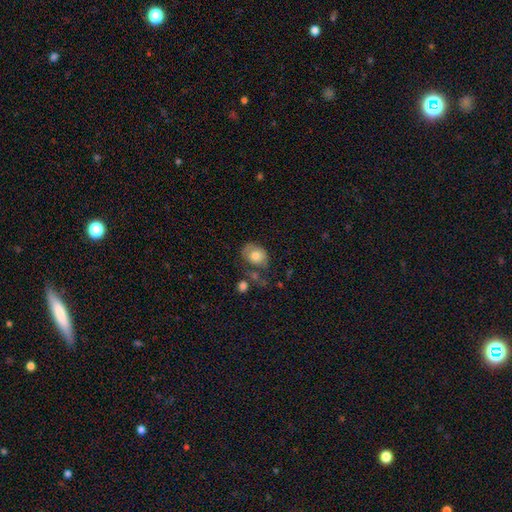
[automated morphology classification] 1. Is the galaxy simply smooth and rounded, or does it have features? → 71% smooth, 21% featured or disk, 8% star or artifact.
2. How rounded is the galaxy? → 64% in between, 35% round, 1% cigar-shaped.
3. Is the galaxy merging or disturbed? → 43% none, 27% minor disturbance, 19% major disturbance, 11% merger.